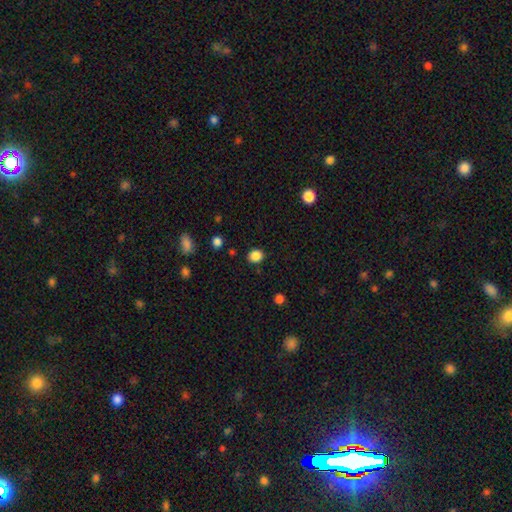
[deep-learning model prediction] smooth_or_featured: smooth (p=0.86) [alt: star or artifact p=0.11]
how_rounded: round (p=0.74) [alt: in between p=0.25]
merging: none (p=0.87) [alt: minor disturbance p=0.08]